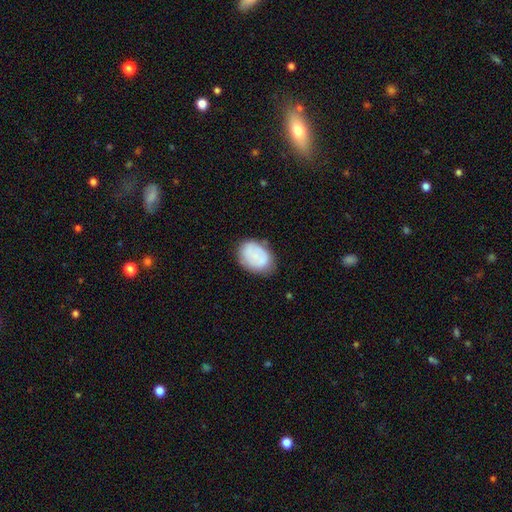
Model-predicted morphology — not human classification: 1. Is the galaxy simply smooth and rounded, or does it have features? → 73% smooth, 20% featured or disk, 7% star or artifact.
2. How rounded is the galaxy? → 78% in between, 21% round, 1% cigar-shaped.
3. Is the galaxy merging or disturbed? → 70% none, 22% minor disturbance, 6% major disturbance, 2% merger.